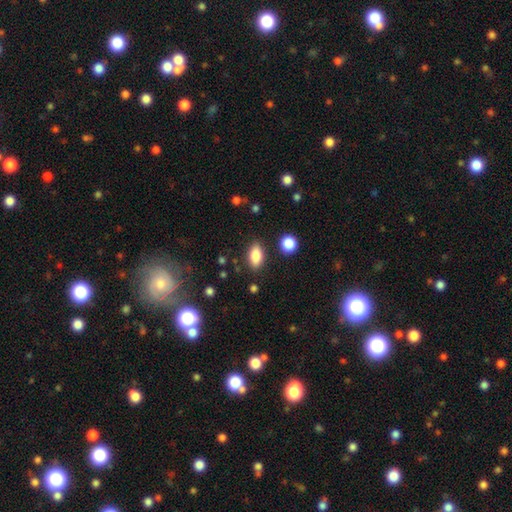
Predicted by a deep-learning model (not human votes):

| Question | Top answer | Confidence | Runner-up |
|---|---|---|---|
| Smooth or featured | smooth | 84% | star or artifact (8%) |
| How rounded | in between | 89% | round (6%) |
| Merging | none | 86% | minor disturbance (9%) |